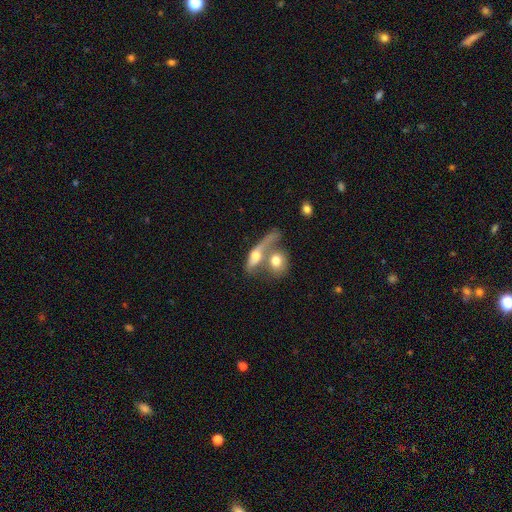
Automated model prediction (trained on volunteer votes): Smooth or featured? Predicted: smooth (p=0.51). How rounded? Predicted: in between (p=0.53). Merging? Predicted: merger (p=0.59).